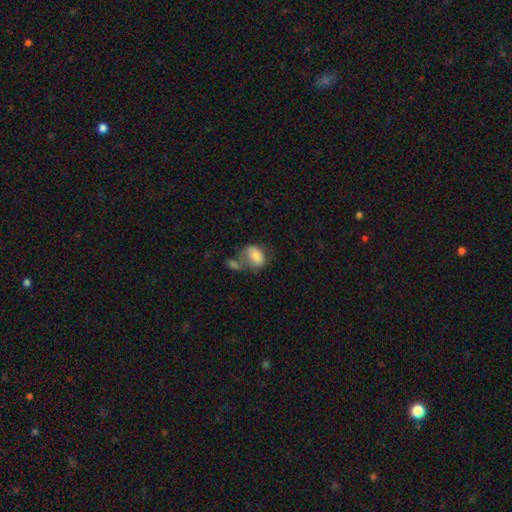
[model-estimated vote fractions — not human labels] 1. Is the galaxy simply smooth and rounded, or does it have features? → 74% smooth, 18% featured or disk, 8% star or artifact.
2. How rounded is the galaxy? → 74% in between, 25% round, 1% cigar-shaped.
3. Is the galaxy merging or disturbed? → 34% merger, 27% none, 20% minor disturbance, 19% major disturbance.